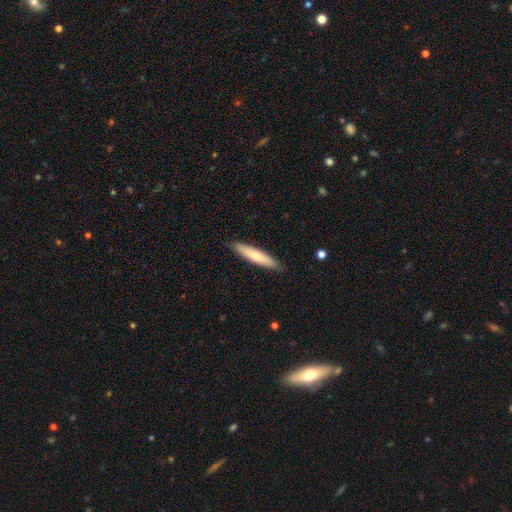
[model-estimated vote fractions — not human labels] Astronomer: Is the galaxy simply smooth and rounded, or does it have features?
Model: smooth — 72%.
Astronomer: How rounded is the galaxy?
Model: cigar-shaped — 86%.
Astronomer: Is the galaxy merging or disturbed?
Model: none — 88%.